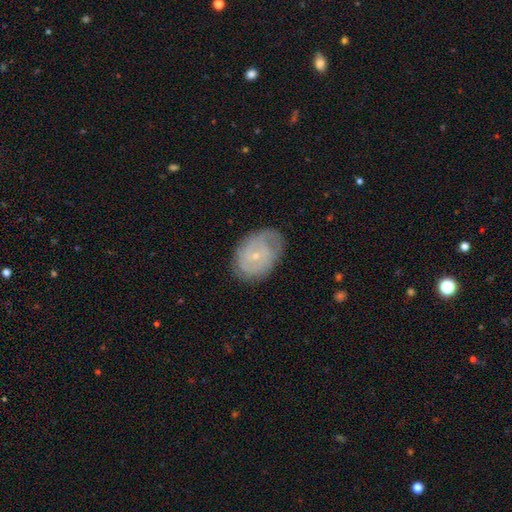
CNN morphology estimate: Smooth or featured?
  - featured or disk: 73% *
  - smooth: 20%
  - star or artifact: 7%
Edge-on disk?
  - no: 97% *
  - yes: 3%
Bar?
  - no: 66% *
  - weak: 30%
  - strong: 5%
Spiral arms?
  - yes: 88% *
  - no: 12%
Spiral winding?
  - tight: 64% *
  - medium: 28%
  - loose: 8%
Spiral arm count?
  - can't tell: 39% *
  - 2: 34%
  - 3: 13%
  - 4: 5%
  - 1: 5%
  - more than 4: 4%
Bulge size?
  - small: 79% *
  - moderate: 18%
  - none: 2%
  - large: 1%
  - dominant: 1%
Merging?
  - none: 71% *
  - minor disturbance: 22%
  - major disturbance: 7%
  - merger: 1%